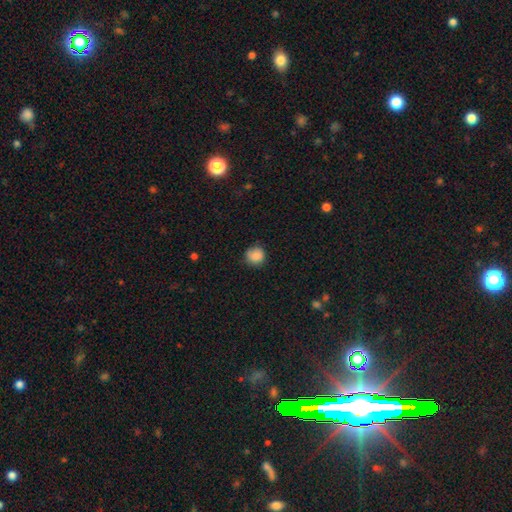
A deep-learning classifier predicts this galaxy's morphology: This appears to be a smooth galaxy with no disk features (87%) that is round (90%). Merging: none (79%).